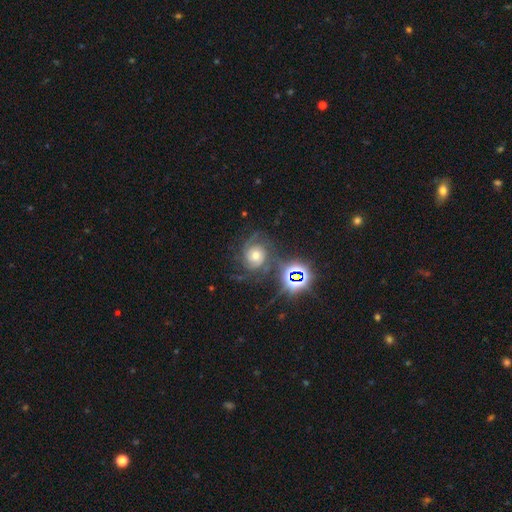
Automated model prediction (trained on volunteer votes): Q: Smooth or featured?
A: featured or disk (72%); runner-up: star or artifact (18%)
Q: Edge-on disk?
A: no (98%); runner-up: yes (2%)
Q: Bar?
A: no (73%); runner-up: weak (20%)
Q: Spiral arms?
A: yes (96%); runner-up: no (4%)
Q: Spiral winding?
A: tight (54%); runner-up: medium (38%)
Q: Spiral arm count?
A: 2 (40%); runner-up: 3 (29%)
Q: Bulge size?
A: moderate (63%); runner-up: small (24%)
Q: Merging?
A: none (64%); runner-up: minor disturbance (18%)